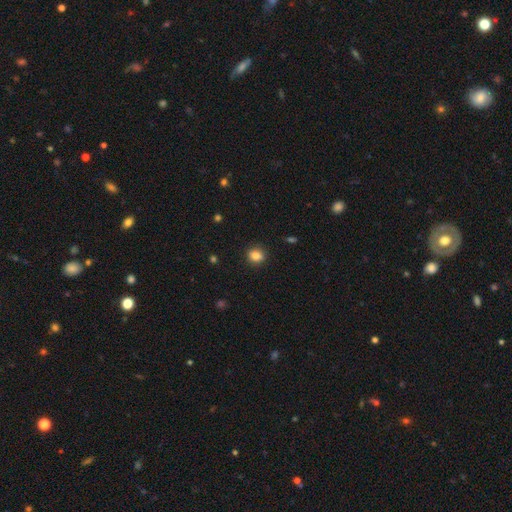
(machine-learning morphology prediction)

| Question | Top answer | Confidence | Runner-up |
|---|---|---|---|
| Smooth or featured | smooth | 85% | star or artifact (10%) |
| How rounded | round | 62% | in between (36%) |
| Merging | none | 89% | minor disturbance (8%) |